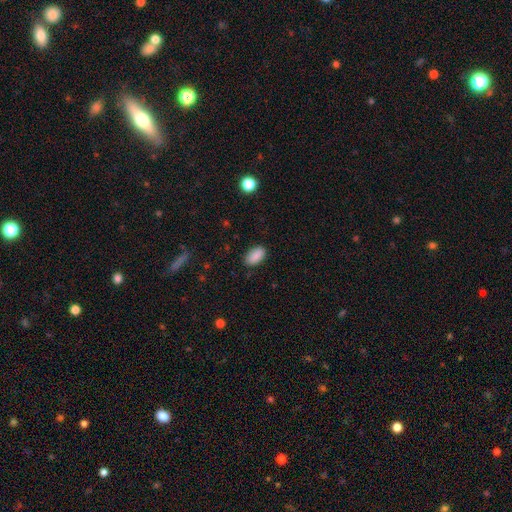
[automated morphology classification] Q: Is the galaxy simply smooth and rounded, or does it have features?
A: smooth — 88%.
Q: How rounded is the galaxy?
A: in between — 93%.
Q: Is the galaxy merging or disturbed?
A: none — 86%.